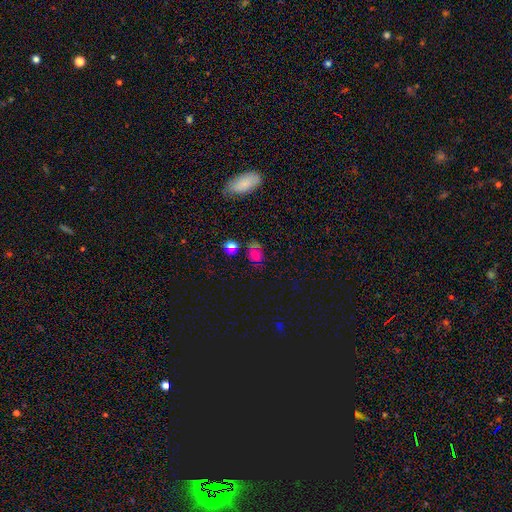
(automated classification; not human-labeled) The model was most divided on "smooth or featured": smooth: 53%, star or artifact: 35%, featured or disk: 12%. More confident: how rounded — in between (64%); merging — none (63%).